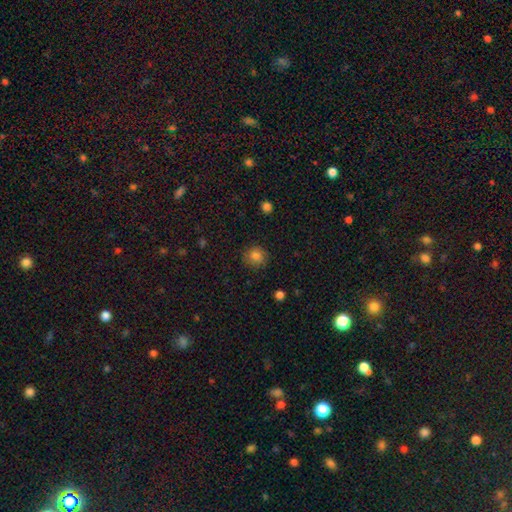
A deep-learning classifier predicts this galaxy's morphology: Smooth or featured? Predicted: smooth (p=0.84). How rounded? Predicted: round (p=0.86). Merging? Predicted: none (p=0.86).